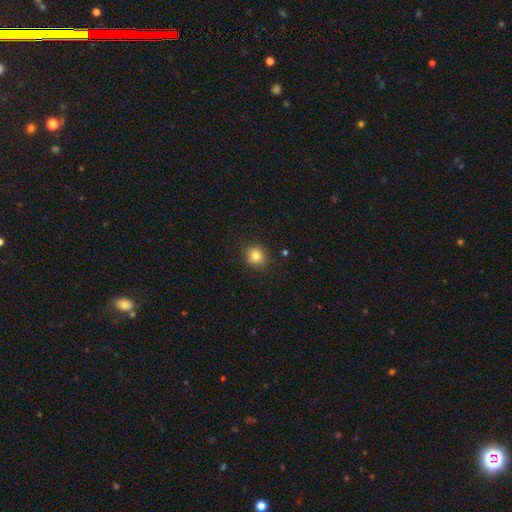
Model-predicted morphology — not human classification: Q: Smooth or featured?
A: smooth (81%); runner-up: star or artifact (12%)
Q: How rounded?
A: round (89%); runner-up: in between (10%)
Q: Merging?
A: none (89%); runner-up: minor disturbance (8%)